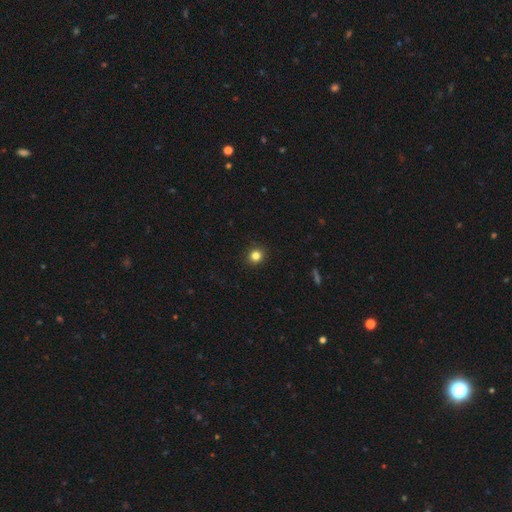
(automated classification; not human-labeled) smooth-or-featured: smooth: 82% | star or artifact: 13% | featured or disk: 5%
  how-rounded: round: 90% | in between: 9% | cigar-shaped: 1%
  merging: none: 92% | minor disturbance: 5% | major disturbance: 2% | merger: 1%